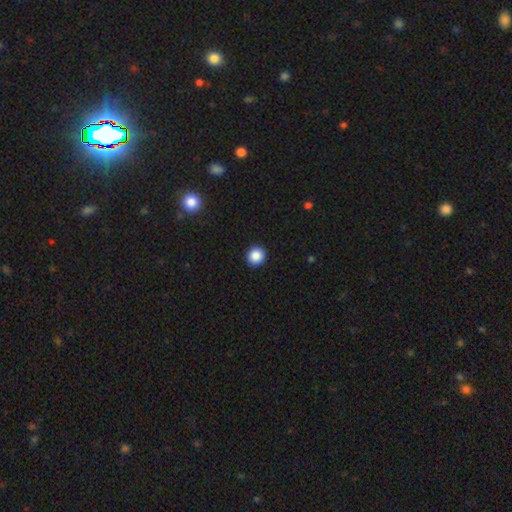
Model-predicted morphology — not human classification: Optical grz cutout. It shows a smooth galaxy with no disk features (87%) that is round (93%). Merging: none (93%).